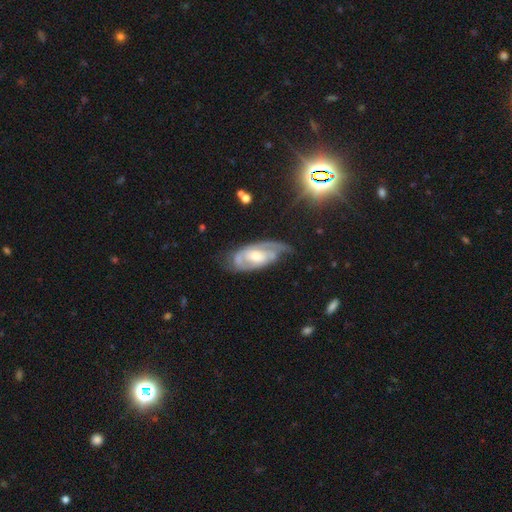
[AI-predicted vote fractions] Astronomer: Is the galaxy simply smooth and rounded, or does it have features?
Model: featured or disk — 81%.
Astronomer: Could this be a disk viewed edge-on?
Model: no — 93%.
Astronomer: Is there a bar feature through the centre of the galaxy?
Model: no — 60%.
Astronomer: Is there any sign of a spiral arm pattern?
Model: yes — 91%.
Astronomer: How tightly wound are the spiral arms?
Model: tight — 52% (runner-up: medium, 37%).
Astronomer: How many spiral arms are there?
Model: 2 — 55%.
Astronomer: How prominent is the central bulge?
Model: moderate — 56% (runner-up: small, 36%).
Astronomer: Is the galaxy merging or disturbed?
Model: none — 55%.